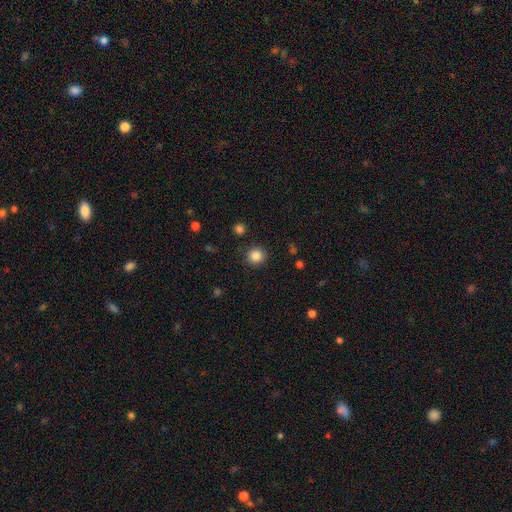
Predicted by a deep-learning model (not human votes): Overall: smooth (85%). How rounded: round (93%). Merging: none (90%).